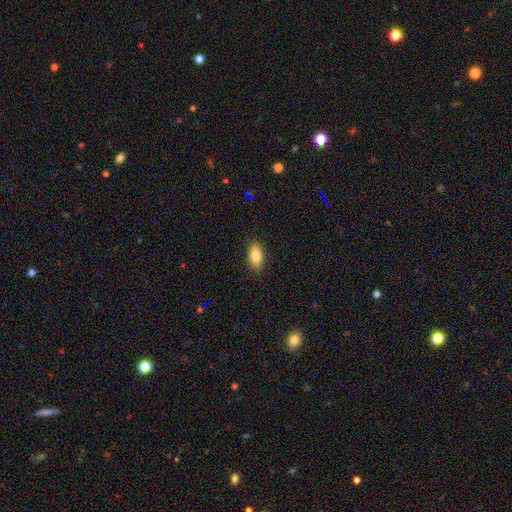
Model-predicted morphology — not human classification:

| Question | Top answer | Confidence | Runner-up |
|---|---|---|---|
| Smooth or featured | smooth | 83% | featured or disk (9%) |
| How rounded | in between | 90% | cigar-shaped (5%) |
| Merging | none | 87% | minor disturbance (10%) |